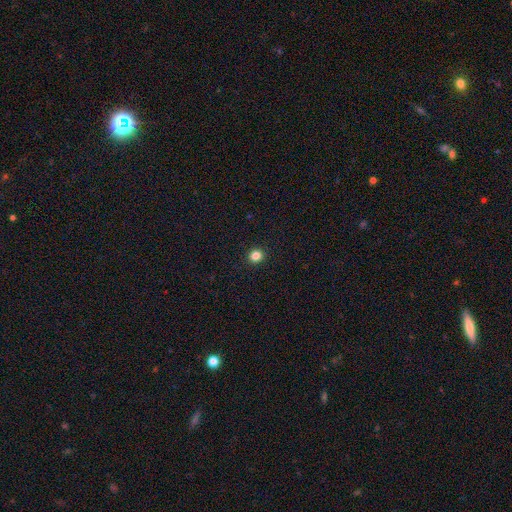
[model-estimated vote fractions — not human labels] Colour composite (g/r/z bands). It shows a smooth galaxy with no disk features (84%) that is round (89%). Merging: none (93%).